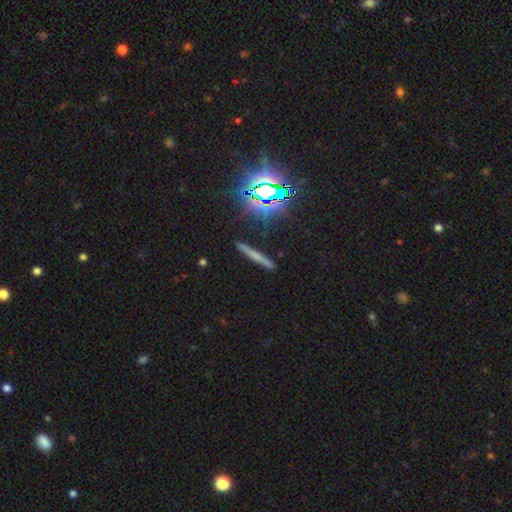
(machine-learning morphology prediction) Q: Smooth or featured?
A: smooth (42%); runner-up: featured or disk (34%)
Q: Merging?
A: none (88%); runner-up: minor disturbance (8%)